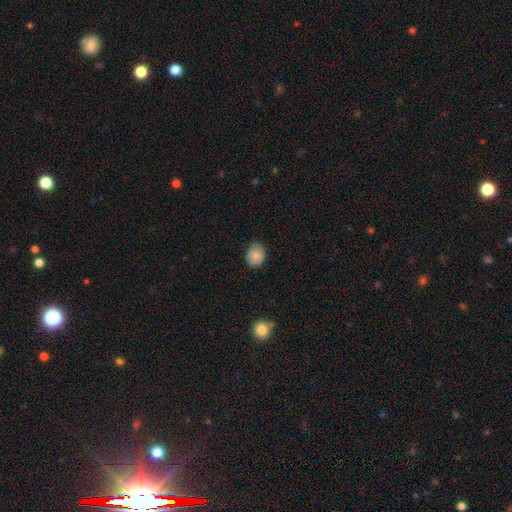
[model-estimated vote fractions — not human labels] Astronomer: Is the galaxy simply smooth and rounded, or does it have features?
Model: smooth — 82%.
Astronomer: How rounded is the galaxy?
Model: round — 53% (runner-up: in between, 46%).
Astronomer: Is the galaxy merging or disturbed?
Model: none — 73%.